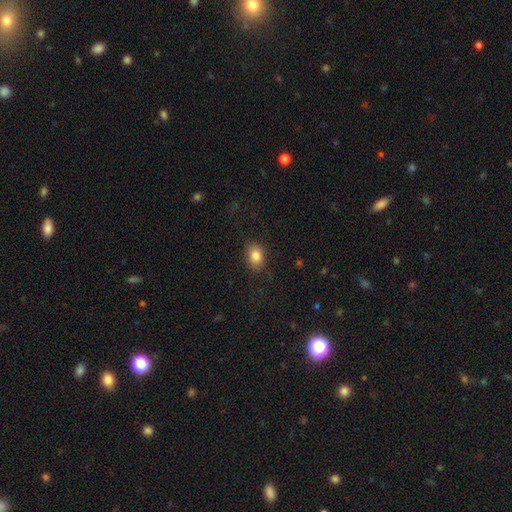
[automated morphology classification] Smooth or featured? smooth (84%)
How rounded? in between (70%)
Merging? none (83%)